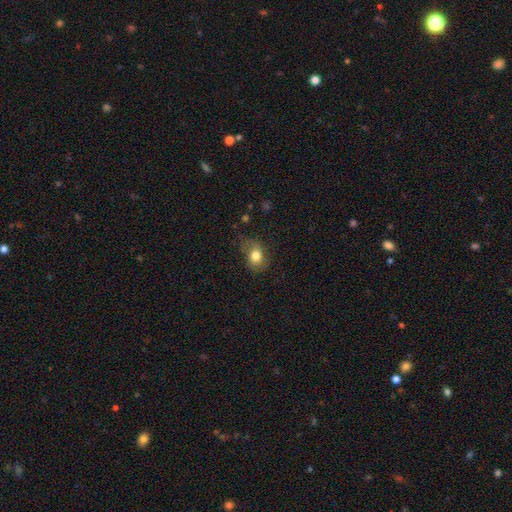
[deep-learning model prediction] Overall: smooth (73%). How rounded: in between (59%; round 40%). Merging: none (59%; minor disturbance 27%).